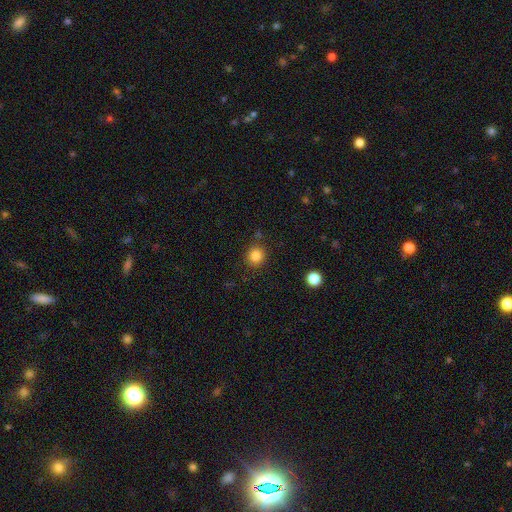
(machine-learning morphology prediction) Overall: smooth (84%). How rounded: round (86%). Merging: none (85%).